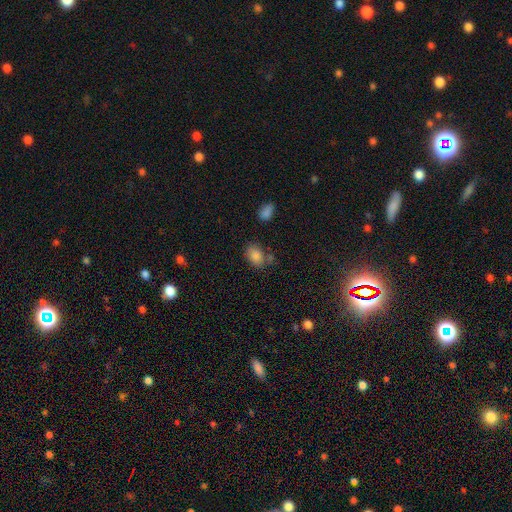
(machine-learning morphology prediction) Smooth or featured? smooth (85%)
How rounded? in between (81%)
Merging? none (64%)